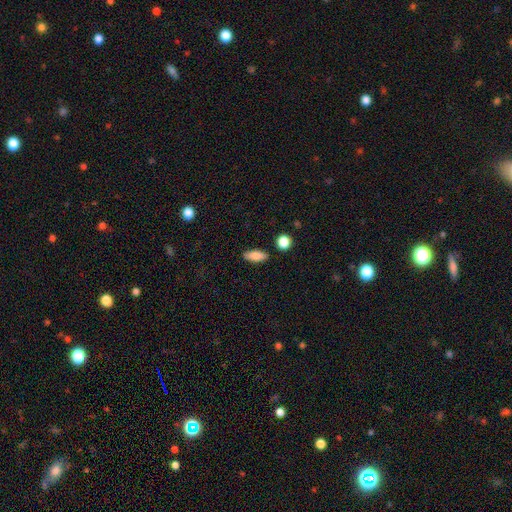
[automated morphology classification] Overall: smooth (84%). How rounded: in between (77%). Merging: none (86%).